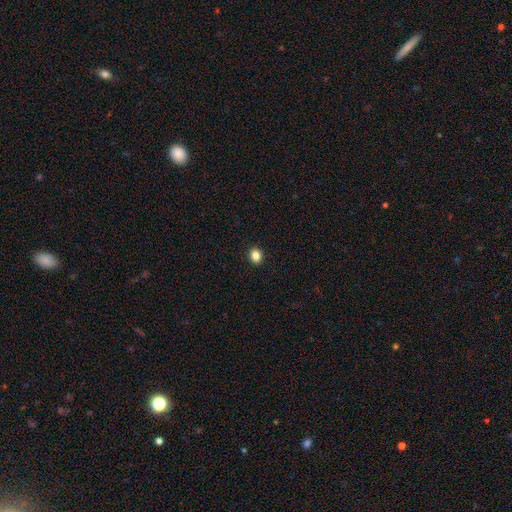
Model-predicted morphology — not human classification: This appears to be a smooth galaxy with no disk features (85%) that is round (56%). Merging: none (92%).